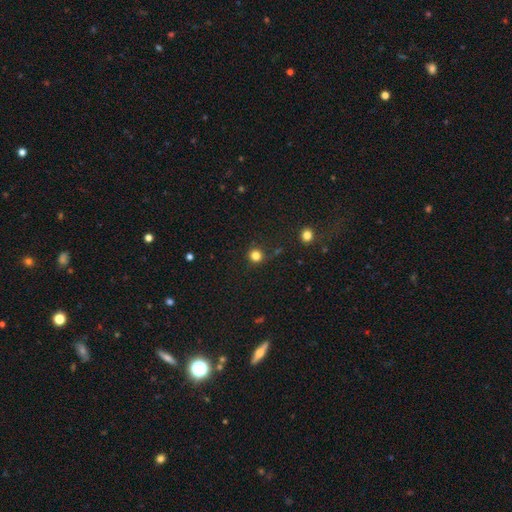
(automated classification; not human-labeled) Q: Smooth or featured?
A: smooth (81%); runner-up: star or artifact (15%)
Q: How rounded?
A: round (94%); runner-up: in between (5%)
Q: Merging?
A: none (87%); runner-up: minor disturbance (8%)